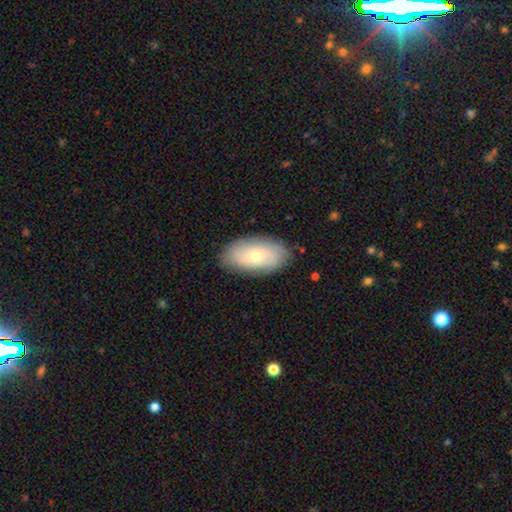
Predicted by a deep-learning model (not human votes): Morphology: type=smooth (60%); roundness=in between (93%); merging=none (83%).